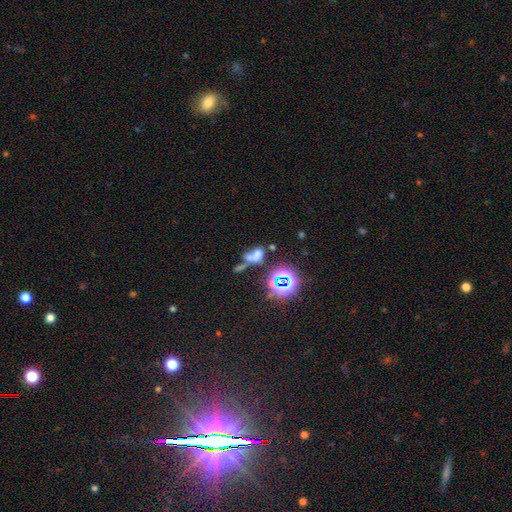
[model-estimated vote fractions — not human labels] Overall: smooth (46%; star or artifact 32%). Merging: merger (49%; none 24%).